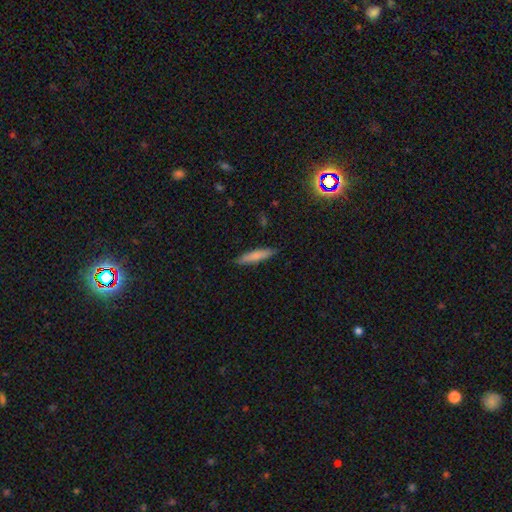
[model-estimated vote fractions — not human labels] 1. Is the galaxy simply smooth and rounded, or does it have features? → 78% smooth, 16% featured or disk, 6% star or artifact.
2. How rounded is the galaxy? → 85% cigar-shaped, 14% in between, 1% round.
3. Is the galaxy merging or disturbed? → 87% none, 10% minor disturbance, 2% major disturbance, 1% merger.